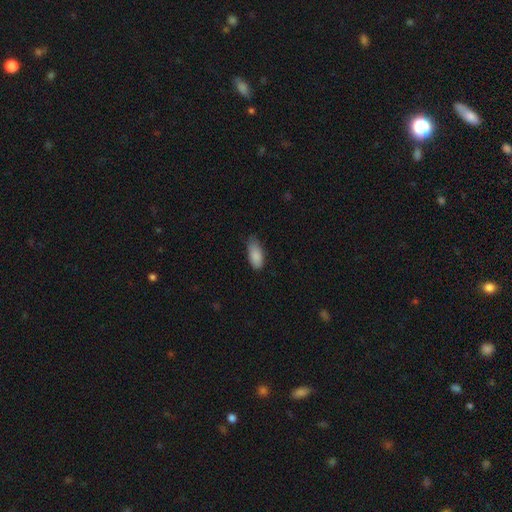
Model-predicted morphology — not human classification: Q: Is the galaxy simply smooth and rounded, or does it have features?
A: smooth — 88%.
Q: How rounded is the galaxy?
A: in between — 89%.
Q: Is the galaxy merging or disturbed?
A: none — 56%.